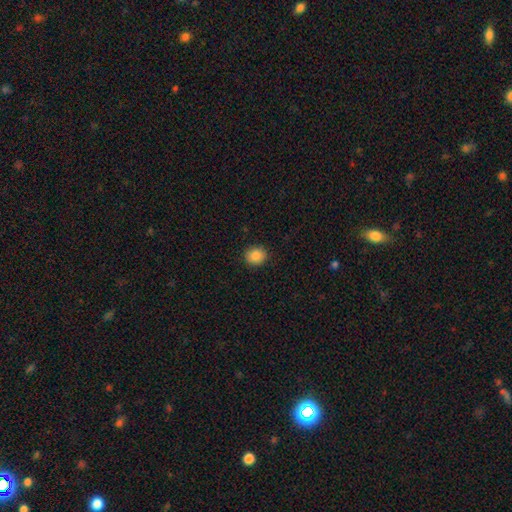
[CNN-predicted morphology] This is clearly a smooth galaxy (87%). How rounded: likely round (77%). Merging: clearly none (91%).